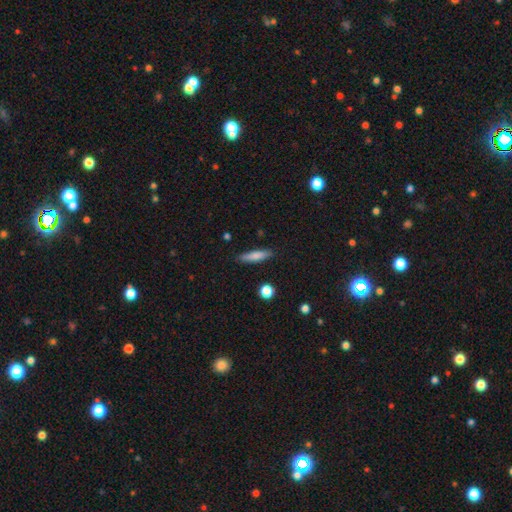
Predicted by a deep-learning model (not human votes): This appears to be a smooth galaxy with no disk features (75%) that is cigar-shaped (78%). Merging: none (86%).